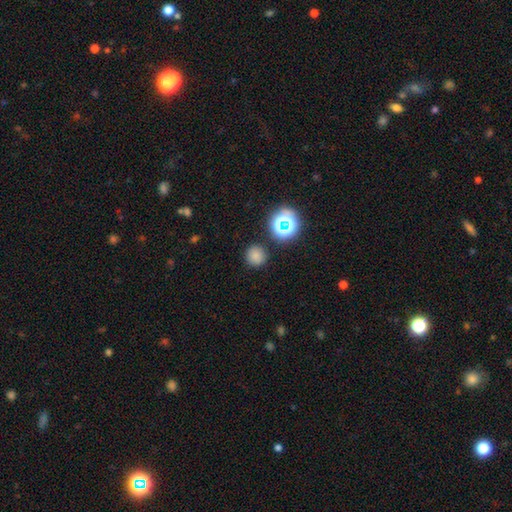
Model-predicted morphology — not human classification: A smooth galaxy with no disk features (75%) that is round (92%). Merging: none (87%).